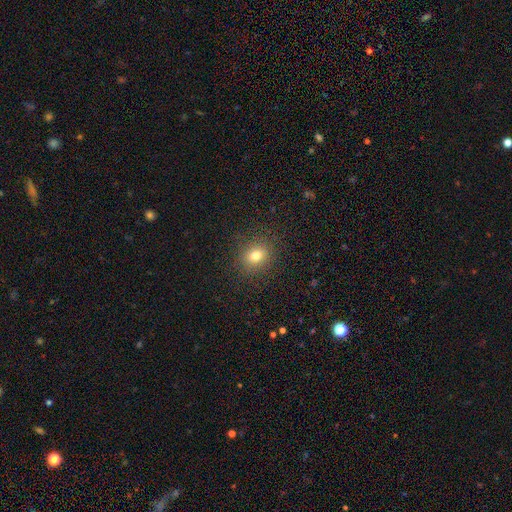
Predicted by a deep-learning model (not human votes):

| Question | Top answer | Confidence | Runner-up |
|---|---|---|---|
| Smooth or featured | smooth | 78% | star or artifact (14%) |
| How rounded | round | 65% | in between (34%) |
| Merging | none | 88% | minor disturbance (8%) |